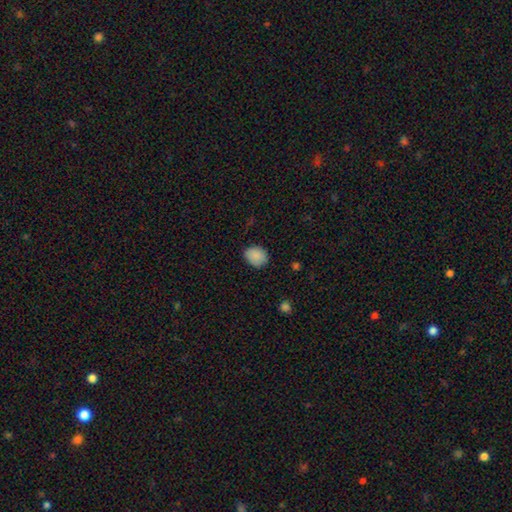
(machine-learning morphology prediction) A smooth galaxy with no disk features (88%) that is round (55%).

Vote fractions:
- Smooth or featured? smooth: 88% / star or artifact: 8% / featured or disk: 4%
- How rounded? round: 55% / in between: 45% / cigar-shaped: 1%
- Merging? none: 81% / minor disturbance: 15% / major disturbance: 3% / merger: 1%